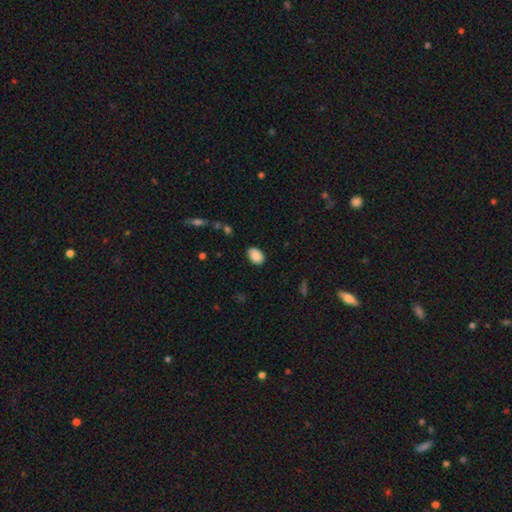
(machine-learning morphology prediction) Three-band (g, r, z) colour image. It shows a smooth galaxy with no disk features (89%) that is in between round and cigar-shaped (80%). Merging: none (82%).